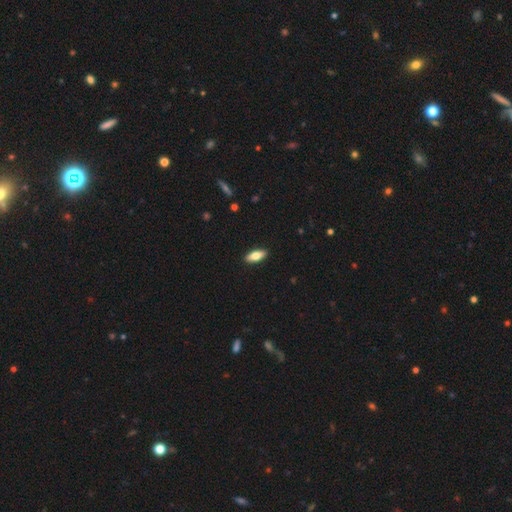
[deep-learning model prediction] This appears to be a smooth galaxy with no disk features (74%) that is in between round and cigar-shaped (74%). Merging: none (90%).